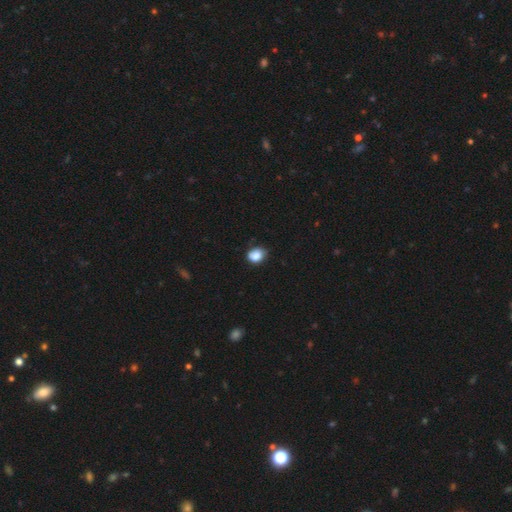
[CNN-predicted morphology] smooth 84%, star or artifact 9%, featured or disk 7%. Down the decision tree: how rounded — in between (52%); merging — none (68%).